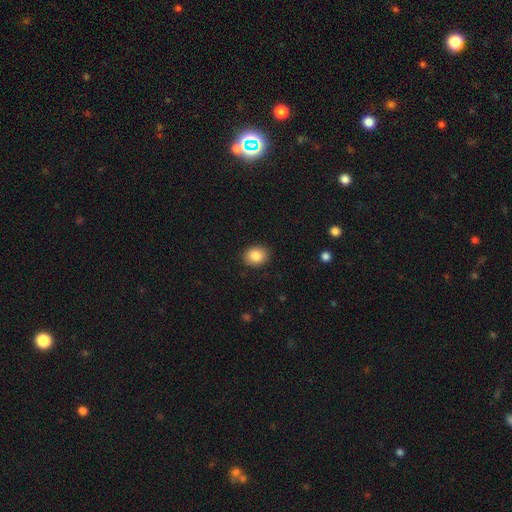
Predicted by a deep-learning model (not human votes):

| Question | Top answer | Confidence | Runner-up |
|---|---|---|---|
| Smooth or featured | smooth | 85% | star or artifact (8%) |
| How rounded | round | 52% | in between (47%) |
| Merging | none | 90% | minor disturbance (7%) |